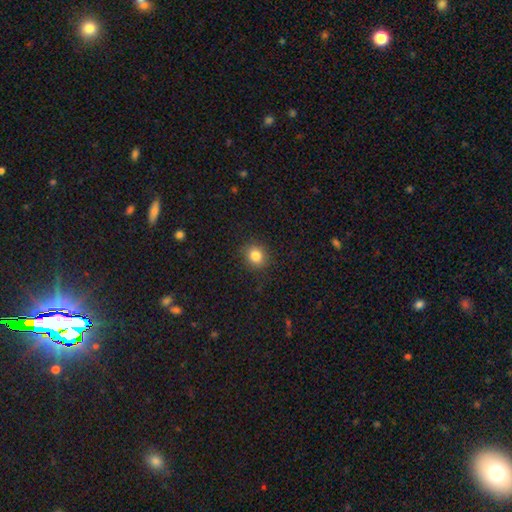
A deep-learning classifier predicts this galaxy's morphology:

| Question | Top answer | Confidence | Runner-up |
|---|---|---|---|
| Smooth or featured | smooth | 84% | star or artifact (11%) |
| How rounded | round | 79% | in between (20%) |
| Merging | none | 89% | minor disturbance (7%) |